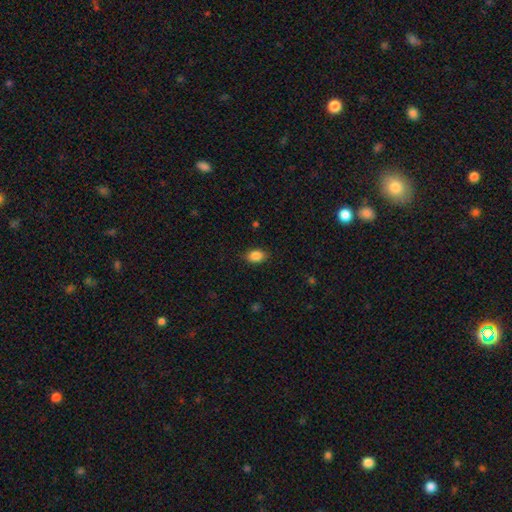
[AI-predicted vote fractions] Q: Smooth or featured?
A: smooth (87%); runner-up: star or artifact (8%)
Q: How rounded?
A: in between (83%); runner-up: round (16%)
Q: Merging?
A: none (86%); runner-up: minor disturbance (10%)